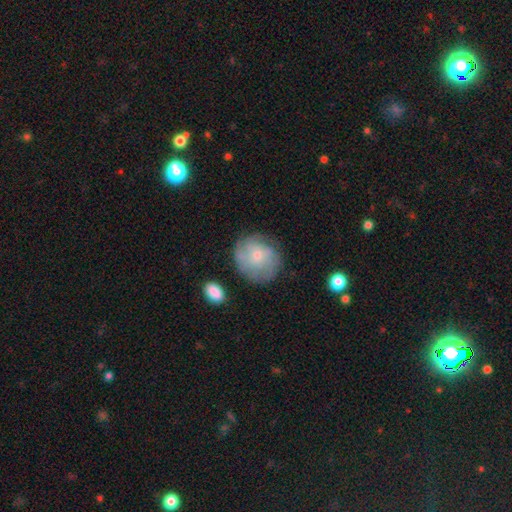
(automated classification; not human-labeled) Smooth or featured? featured or disk (46%)
Merging? none (73%)